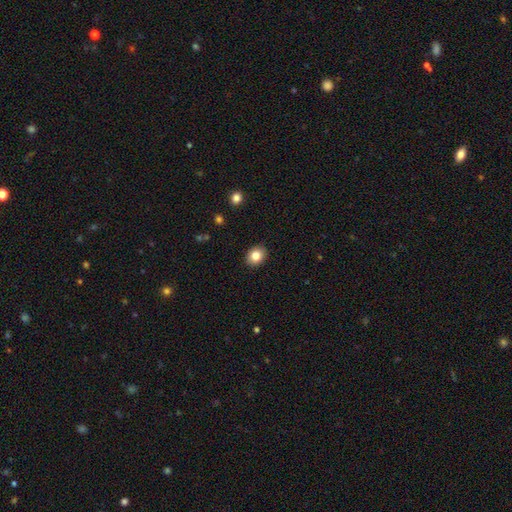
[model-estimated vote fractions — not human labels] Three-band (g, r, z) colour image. It shows a smooth galaxy with no disk features (83%) that is in between round and cigar-shaped (51%). Merging: none (90%).